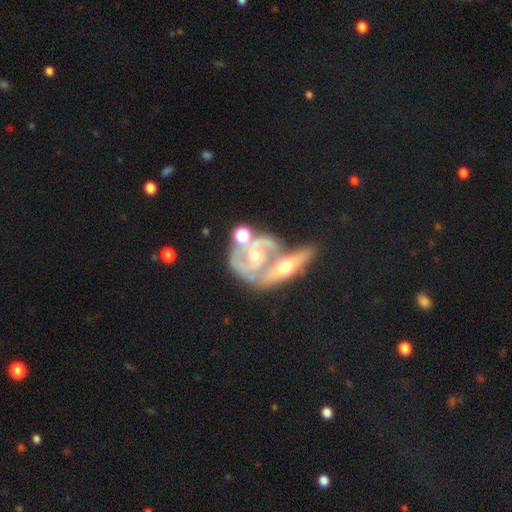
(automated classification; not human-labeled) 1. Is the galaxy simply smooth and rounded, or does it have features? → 81% featured or disk, 13% smooth, 6% star or artifact.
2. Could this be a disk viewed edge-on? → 92% no, 8% yes.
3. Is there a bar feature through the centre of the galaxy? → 67% no, 24% weak, 9% strong.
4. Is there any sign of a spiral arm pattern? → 83% yes, 17% no.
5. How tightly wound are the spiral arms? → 47% tight, 40% medium, 13% loose.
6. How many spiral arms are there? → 51% 2, 24% can't tell, 14% 3, 5% 1, 3% 4, 3% more than 4.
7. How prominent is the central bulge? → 49% moderate, 45% small, 3% large, 2% none, 1% dominant.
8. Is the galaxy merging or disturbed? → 51% merger, 30% none, 12% minor disturbance, 8% major disturbance.